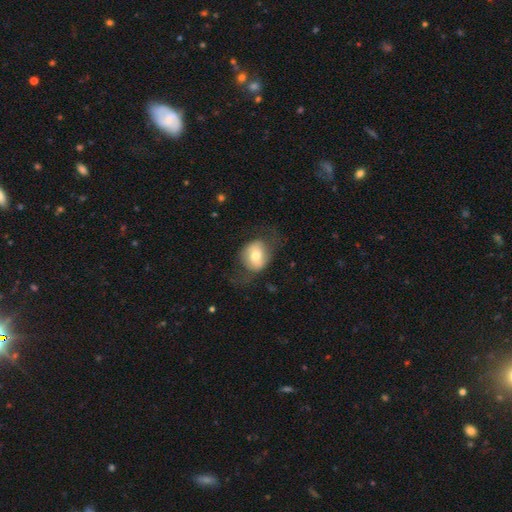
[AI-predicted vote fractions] Smooth or featured? Predicted: smooth (p=0.58). How rounded? Predicted: in between (p=0.50). Merging? Predicted: none (p=0.59).